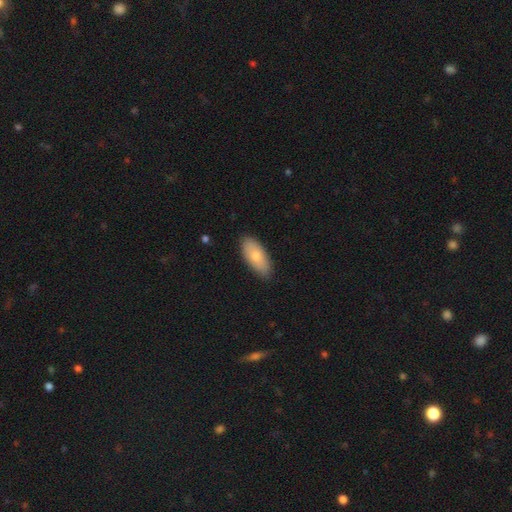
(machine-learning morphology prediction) smooth-or-featured: smooth: 79% | featured or disk: 15% | star or artifact: 6%
  how-rounded: in between: 89% | cigar-shaped: 8% | round: 2%
  merging: none: 85% | minor disturbance: 12% | major disturbance: 2% | merger: 1%